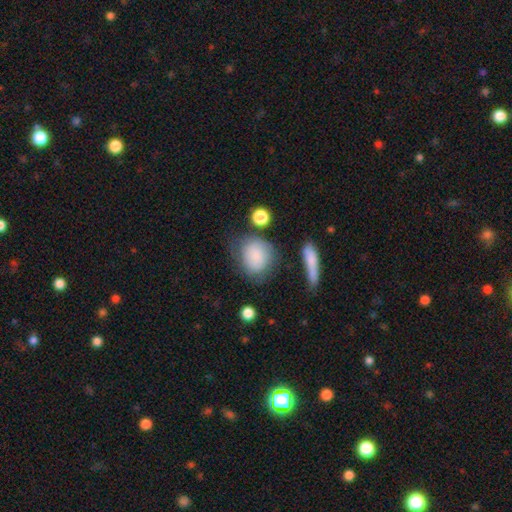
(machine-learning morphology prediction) smooth-or-featured: smooth: 79% | featured or disk: 13% | star or artifact: 8%
  how-rounded: round: 62% | in between: 36% | cigar-shaped: 2%
  merging: none: 60% | minor disturbance: 22% | major disturbance: 10% | merger: 7%